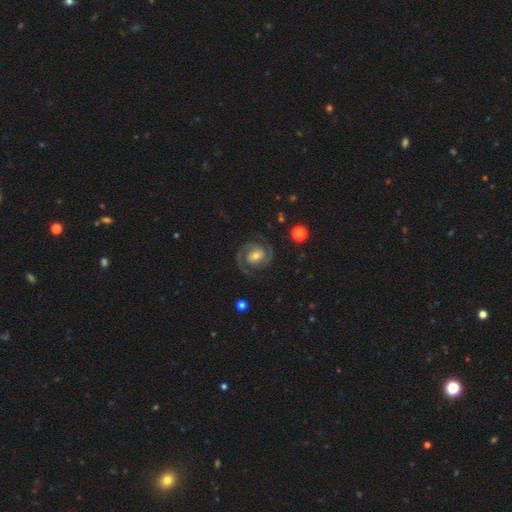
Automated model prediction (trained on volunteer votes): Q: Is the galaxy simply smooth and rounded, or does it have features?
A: featured or disk — 88%.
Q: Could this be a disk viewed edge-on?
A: no — 98%.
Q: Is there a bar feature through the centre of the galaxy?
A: no — 50%.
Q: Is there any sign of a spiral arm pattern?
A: yes — 97%.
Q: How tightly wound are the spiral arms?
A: tight — 47%.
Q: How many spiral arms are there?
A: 2 — 90%.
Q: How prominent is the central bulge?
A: moderate — 51%.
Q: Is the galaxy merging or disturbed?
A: none — 81%.